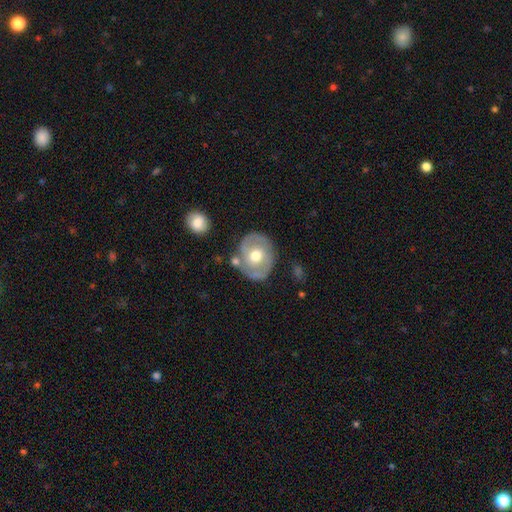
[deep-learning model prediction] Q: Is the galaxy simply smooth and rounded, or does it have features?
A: featured or disk — 65%.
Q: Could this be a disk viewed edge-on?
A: no — 96%.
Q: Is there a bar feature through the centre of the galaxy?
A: no — 68%.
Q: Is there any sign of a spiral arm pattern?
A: yes — 62%.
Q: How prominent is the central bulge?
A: moderate — 77%.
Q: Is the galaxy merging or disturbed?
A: none — 71%.